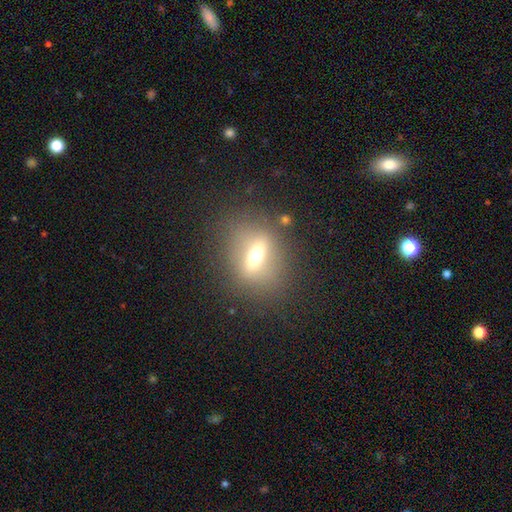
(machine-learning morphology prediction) smooth 45%, featured or disk 41%, star or artifact 14%. Down the decision tree: merging — none (79%).